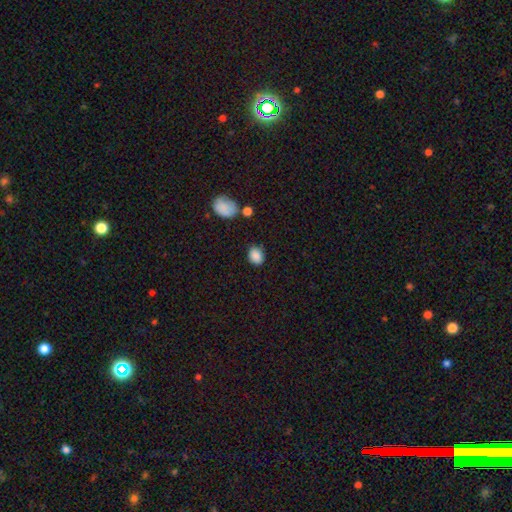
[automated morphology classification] The model was most divided on "how rounded": in between: 61%, round: 38%, cigar-shaped: 1%. More confident: smooth or featured — smooth (87%); merging — none (78%).